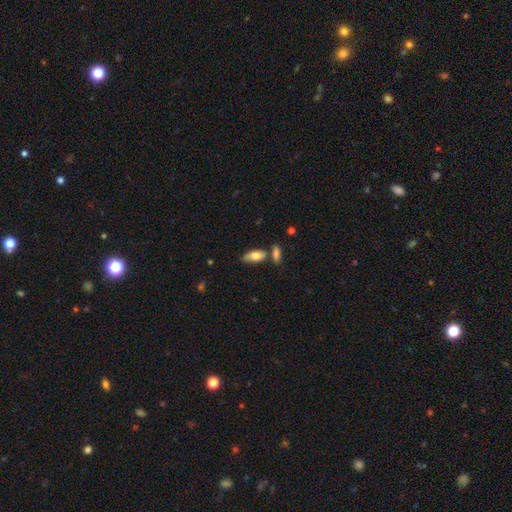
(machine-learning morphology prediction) Overall: smooth (78%). How rounded: in between (87%). Merging: none (61%).